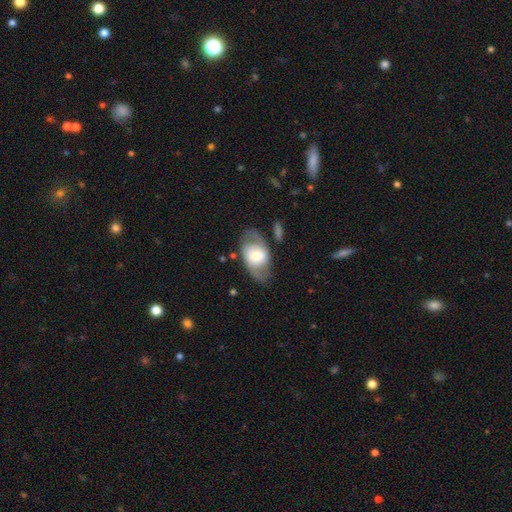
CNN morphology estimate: smooth_or_featured: featured or disk (p=0.53) [alt: smooth p=0.40]
disk_edge_on: no (p=0.90) [alt: yes p=0.10]
merging: none (p=0.67) [alt: minor disturbance p=0.18]